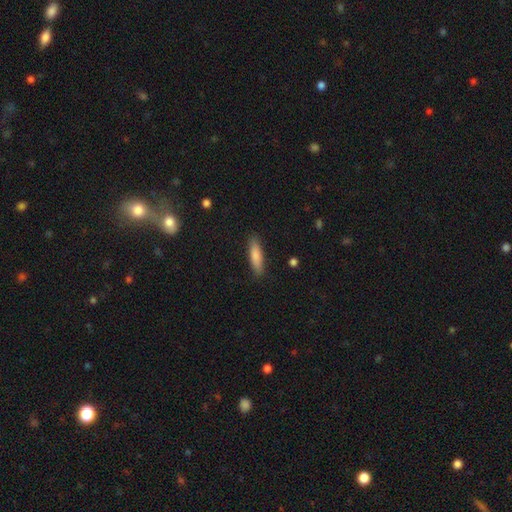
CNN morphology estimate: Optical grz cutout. It shows a smooth galaxy with no disk features (82%) that is cigar-shaped (70%). Merging: none (87%).